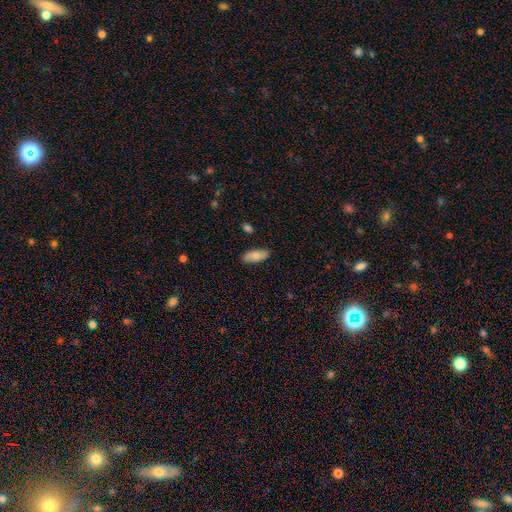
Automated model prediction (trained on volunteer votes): Smooth or featured: smooth — 75% (featured or disk — 19%)
How rounded: in between — 81% (cigar-shaped — 17%)
Merging: none — 84% (minor disturbance — 12%)